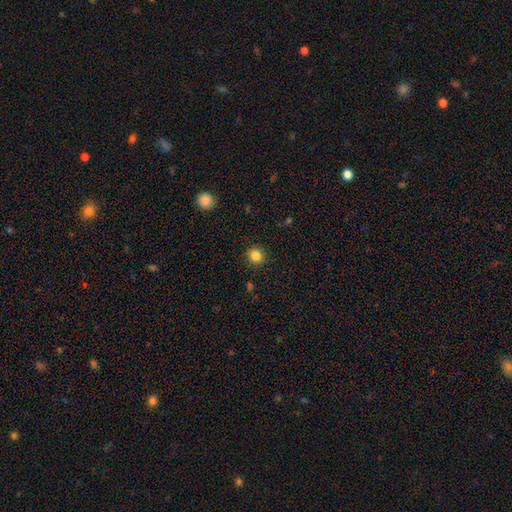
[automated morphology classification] smooth-or-featured: smooth: 84% | star or artifact: 12% | featured or disk: 4%
  how-rounded: round: 88% | in between: 11% | cigar-shaped: 1%
  merging: none: 90% | minor disturbance: 6% | major disturbance: 2% | merger: 1%